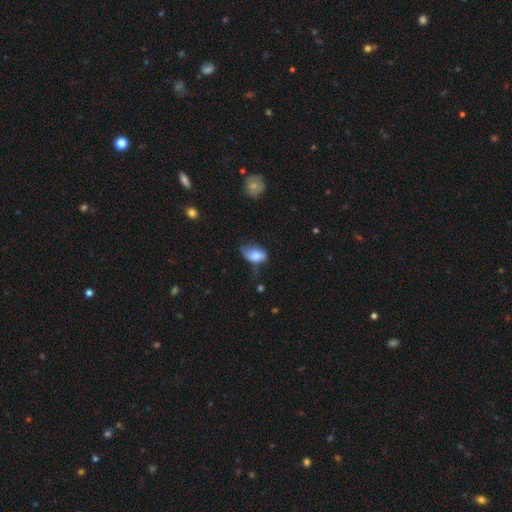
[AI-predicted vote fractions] The model was most divided on "merging": minor disturbance: 42%, none: 28%, major disturbance: 27%, merger: 3%. More confident: how rounded — in between (88%); smooth or featured — smooth (73%).